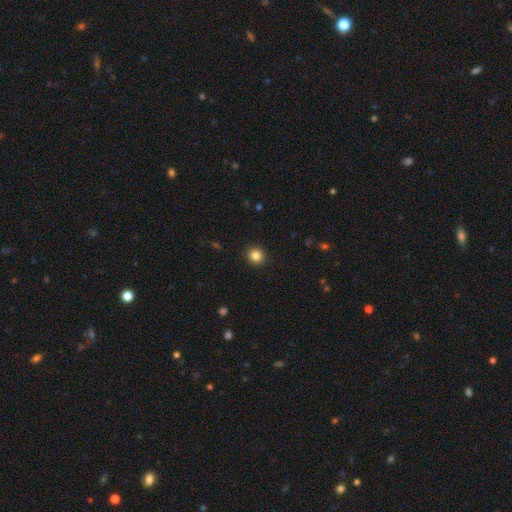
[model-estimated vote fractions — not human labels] Smooth or featured?
  - smooth: 84% *
  - star or artifact: 11%
  - featured or disk: 5%
How rounded?
  - round: 85% *
  - in between: 14%
  - cigar-shaped: 1%
Merging?
  - none: 92% *
  - minor disturbance: 5%
  - major disturbance: 2%
  - merger: 1%